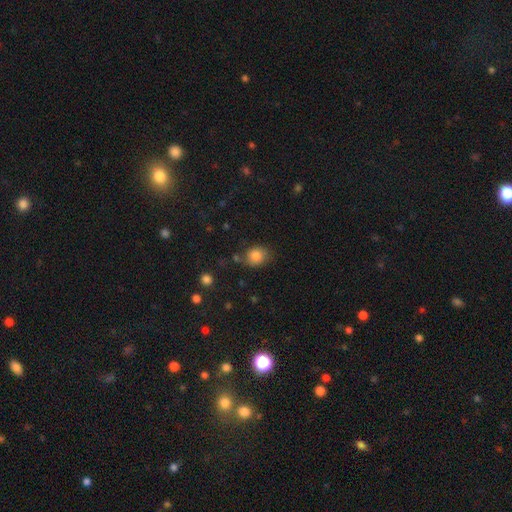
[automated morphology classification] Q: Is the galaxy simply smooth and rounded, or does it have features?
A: smooth — 83%.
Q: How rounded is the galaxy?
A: round — 61%.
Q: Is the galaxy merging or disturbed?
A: none — 71%.